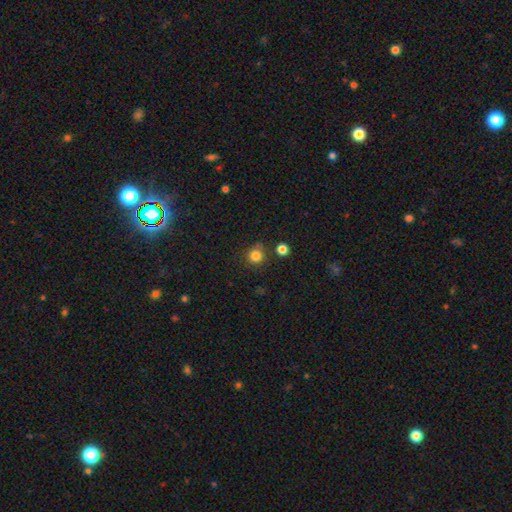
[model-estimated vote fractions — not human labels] Overall: smooth (82%). How rounded: round (93%). Merging: none (79%).